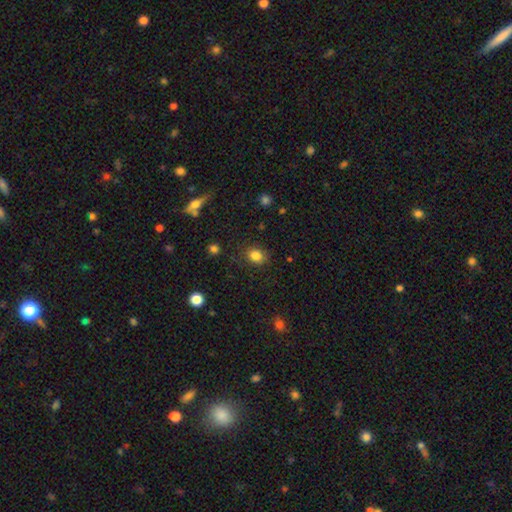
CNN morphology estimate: smooth 83%, star or artifact 11%, featured or disk 6%. Down the decision tree: how rounded — round (52%); merging — none (85%).